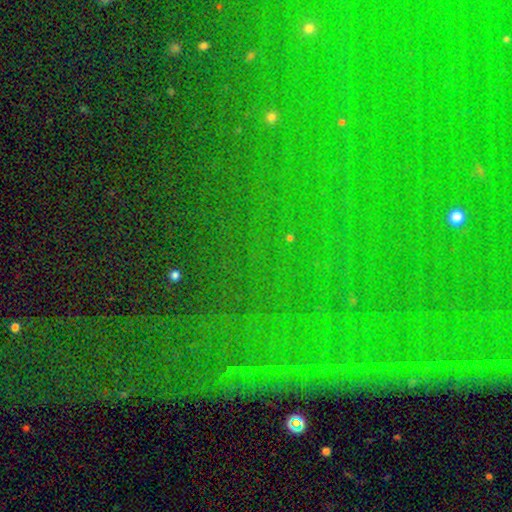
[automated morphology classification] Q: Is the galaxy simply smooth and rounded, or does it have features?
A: star or artifact — 84%.